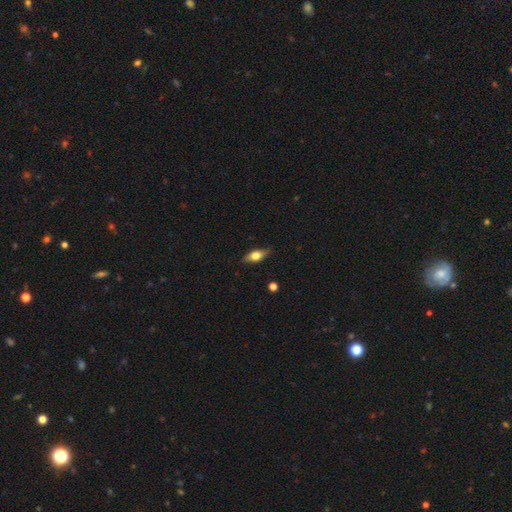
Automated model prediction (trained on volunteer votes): Smooth or featured: smooth — 58% (featured or disk — 35%)
How rounded: in between — 74% (cigar-shaped — 20%)
Merging: none — 82% (minor disturbance — 14%)